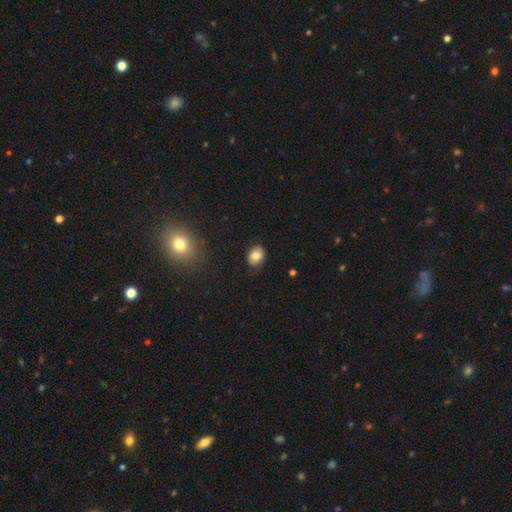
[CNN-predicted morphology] Smooth or featured? smooth (79%)
How rounded? in between (60%)
Merging? none (85%)